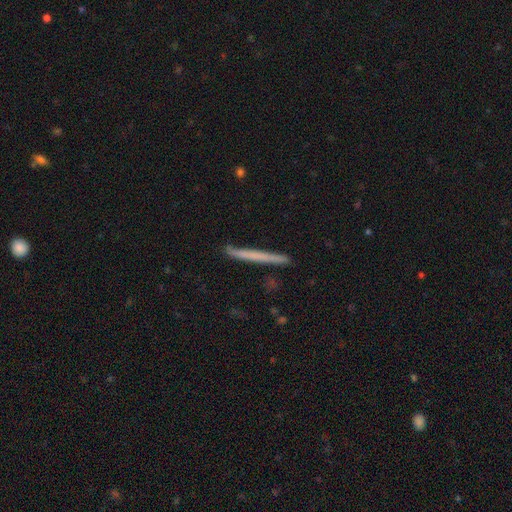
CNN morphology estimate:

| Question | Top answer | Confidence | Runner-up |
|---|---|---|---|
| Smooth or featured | smooth | 53% | featured or disk (41%) |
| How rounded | cigar-shaped | 97% | in between (1%) |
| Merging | none | 90% | minor disturbance (8%) |